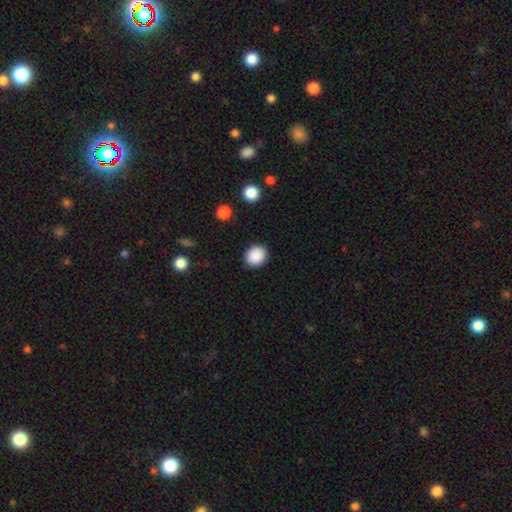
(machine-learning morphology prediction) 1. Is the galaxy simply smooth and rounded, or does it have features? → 89% smooth, 8% star or artifact, 3% featured or disk.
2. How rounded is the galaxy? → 68% round, 31% in between, 1% cigar-shaped.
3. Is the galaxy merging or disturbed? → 90% none, 7% minor disturbance, 2% major disturbance, 1% merger.